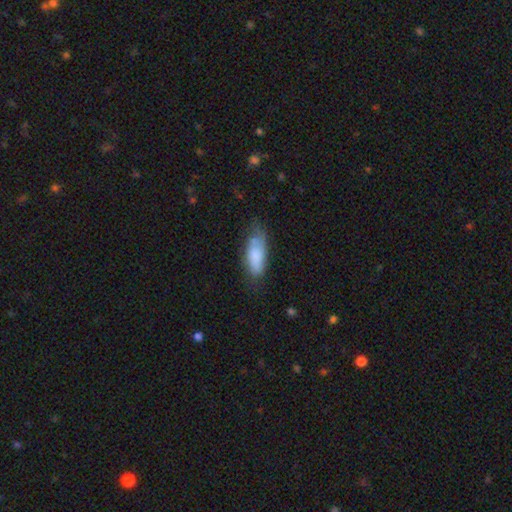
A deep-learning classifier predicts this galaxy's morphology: The model was most divided on "merging": none: 48%, minor disturbance: 34%, major disturbance: 13%, merger: 5%. More confident: smooth or featured — smooth (78%); how rounded — in between (76%).